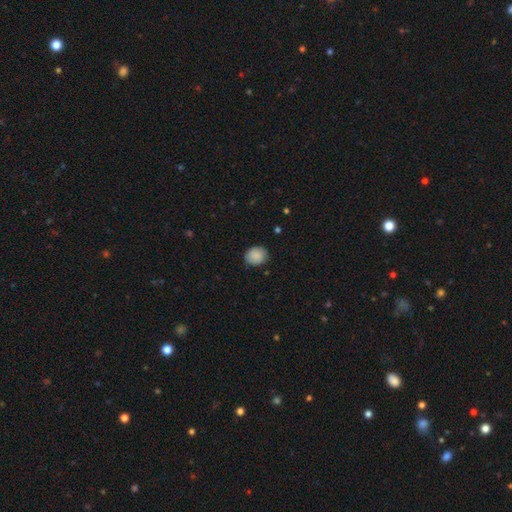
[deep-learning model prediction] smooth_or_featured: smooth (p=0.85) [alt: featured or disk p=0.08]
how_rounded: round (p=0.60) [alt: in between p=0.39]
merging: none (p=0.82) [alt: minor disturbance p=0.14]